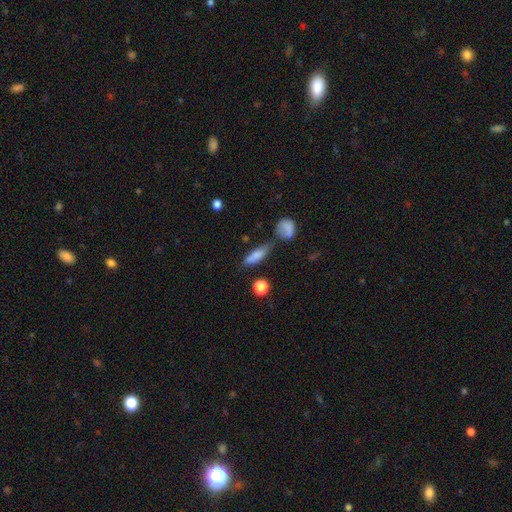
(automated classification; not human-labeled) This appears to be a smooth galaxy with no disk features (77%) that is in between round and cigar-shaped (48%, tied with cigar-shaped). Merging: none (61%).